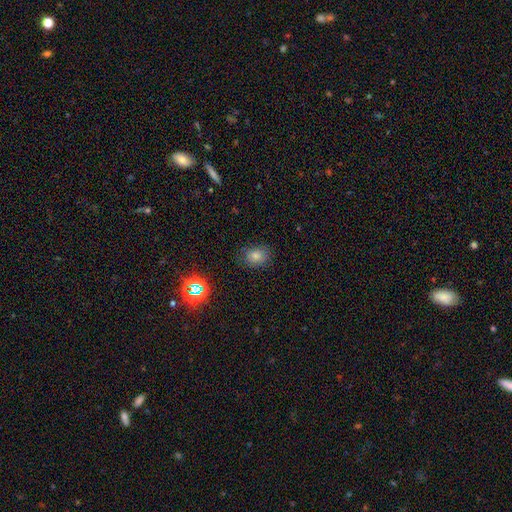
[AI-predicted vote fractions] Morphology: type=smooth (69%); roundness=round (60%); merging=none (83%).